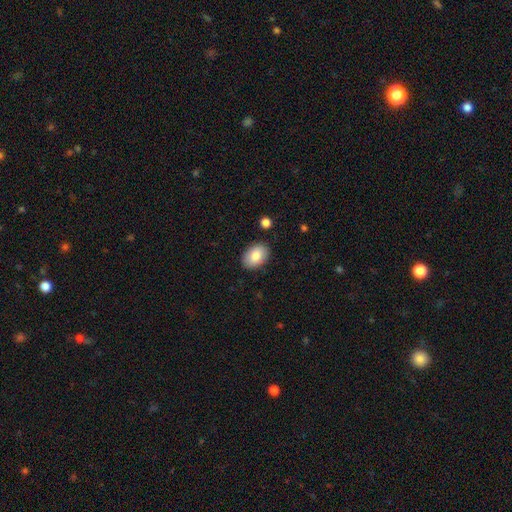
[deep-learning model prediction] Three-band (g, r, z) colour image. It shows a smooth galaxy with no disk features (83%) that is in between round and cigar-shaped (86%). Merging: none (88%).